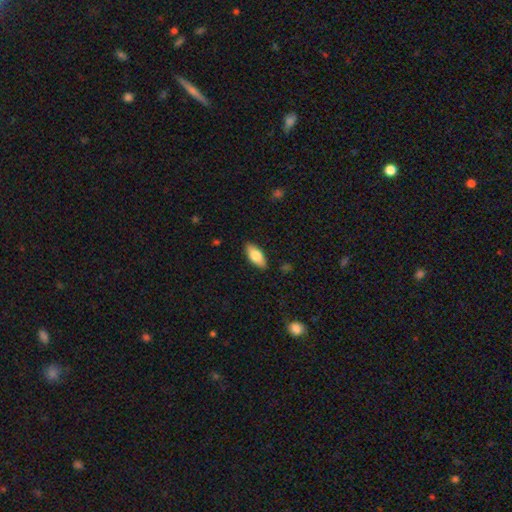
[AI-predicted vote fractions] Morphology: type=smooth (74%); roundness=in between (83%); merging=none (88%).